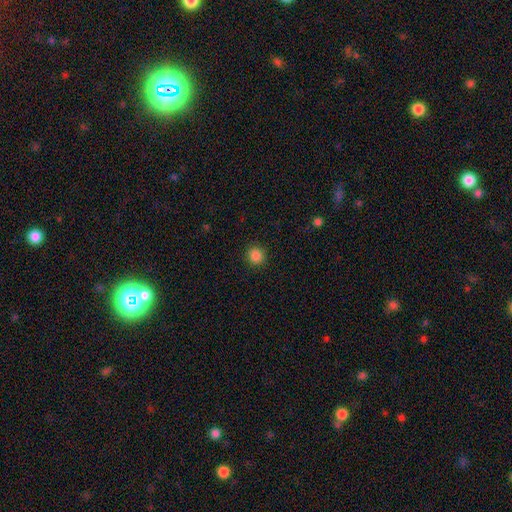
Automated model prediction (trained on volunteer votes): Morphology: type=smooth (85%); roundness=round (92%); merging=none (91%).